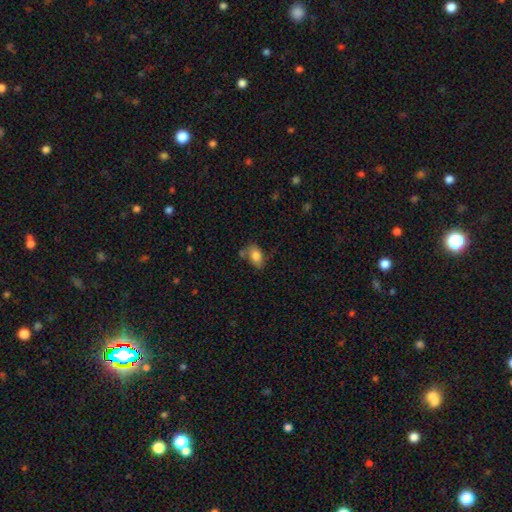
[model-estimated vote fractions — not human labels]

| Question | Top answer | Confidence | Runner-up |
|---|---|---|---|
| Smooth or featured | smooth | 81% | featured or disk (11%) |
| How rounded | in between | 89% | round (9%) |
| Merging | none | 61% | minor disturbance (20%) |